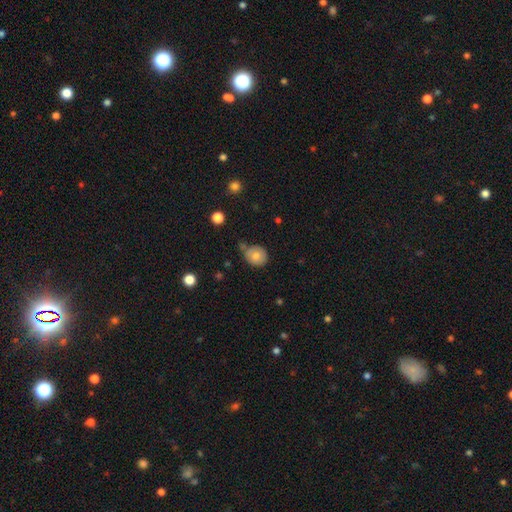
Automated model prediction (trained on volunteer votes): Smooth or featured? smooth (75%)
How rounded? round (75%)
Merging? none (59%)